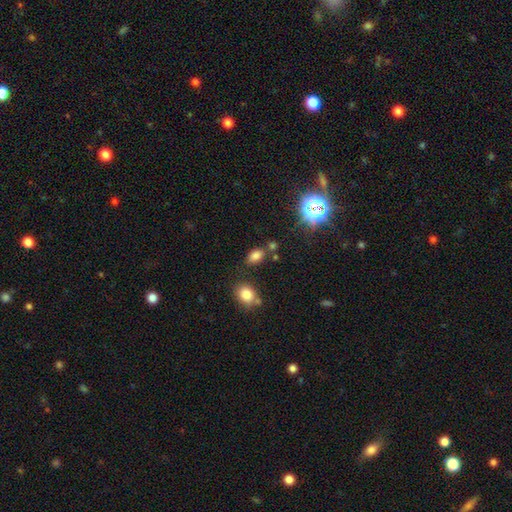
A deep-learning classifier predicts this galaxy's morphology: Smooth or featured? Predicted: smooth (p=0.76). How rounded? Predicted: in between (p=0.84). Merging? Predicted: none (p=0.72).